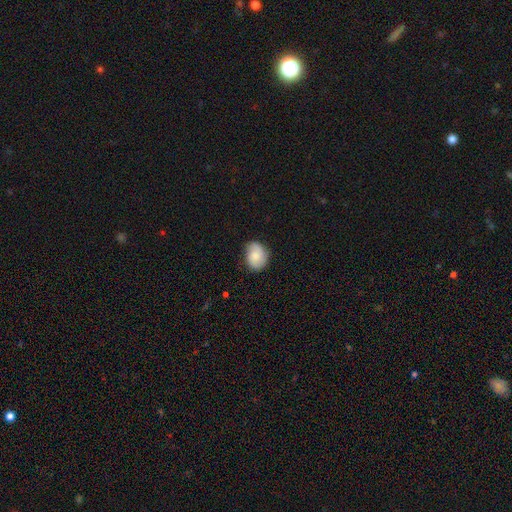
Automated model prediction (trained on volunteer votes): This is likely a smooth galaxy (77%). How rounded: possibly in between (51%). Merging: likely none (70%).